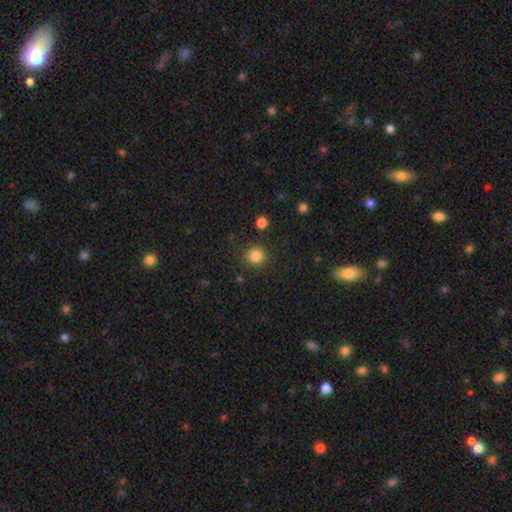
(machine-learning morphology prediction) A smooth galaxy with no disk features (84%) that is round (93%). Merging: none (88%).